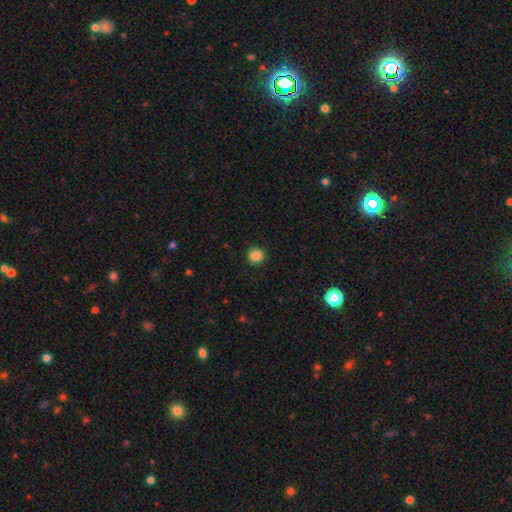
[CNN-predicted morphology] This appears to be a smooth galaxy with no disk features (86%) that is round (93%). Merging: none (90%).